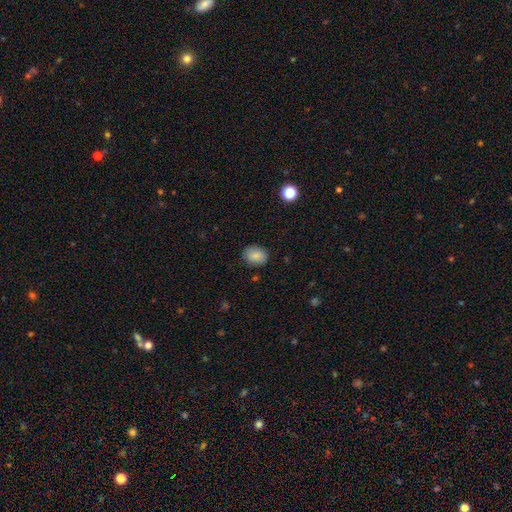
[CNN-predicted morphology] Smooth or featured: smooth — 85% (star or artifact — 8%)
How rounded: in between — 58% (round — 41%)
Merging: none — 83% (minor disturbance — 13%)